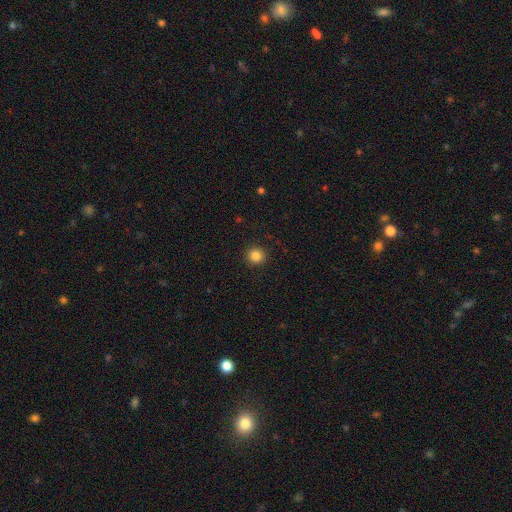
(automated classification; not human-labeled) A smooth galaxy with no disk features (84%) that is round (92%). Merging: none (92%).